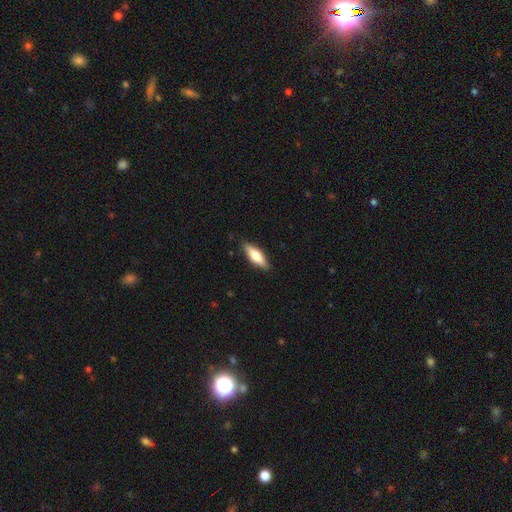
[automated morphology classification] This is possibly a smooth galaxy (56%). How rounded: possibly cigar-shaped (51%). Merging: clearly none (87%).